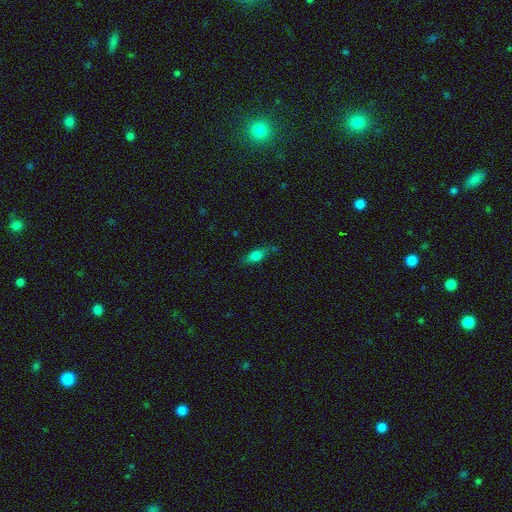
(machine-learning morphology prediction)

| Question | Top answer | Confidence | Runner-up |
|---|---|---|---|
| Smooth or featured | smooth | 72% | featured or disk (18%) |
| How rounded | in between | 74% | cigar-shaped (20%) |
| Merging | none | 71% | minor disturbance (20%) |